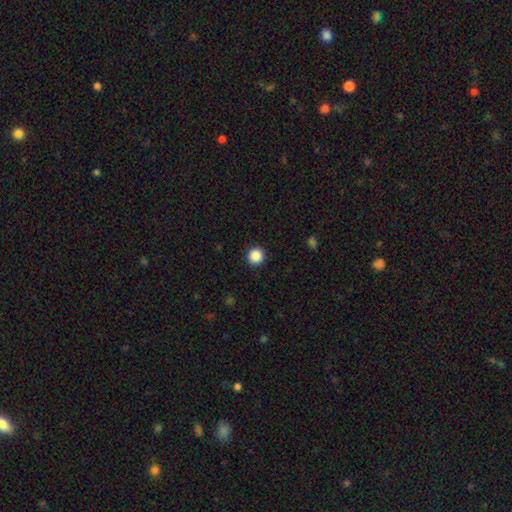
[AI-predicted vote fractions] The model was most divided on "smooth or featured": smooth: 88%, star or artifact: 10%, featured or disk: 3%. More confident: how rounded — round (96%); merging — none (93%).